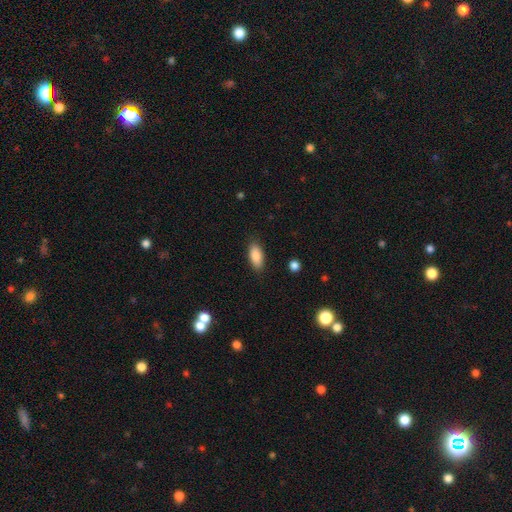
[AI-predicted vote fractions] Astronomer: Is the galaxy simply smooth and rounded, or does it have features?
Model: smooth — 87%.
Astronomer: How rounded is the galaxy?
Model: in between — 86%.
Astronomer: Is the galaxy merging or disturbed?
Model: none — 86%.